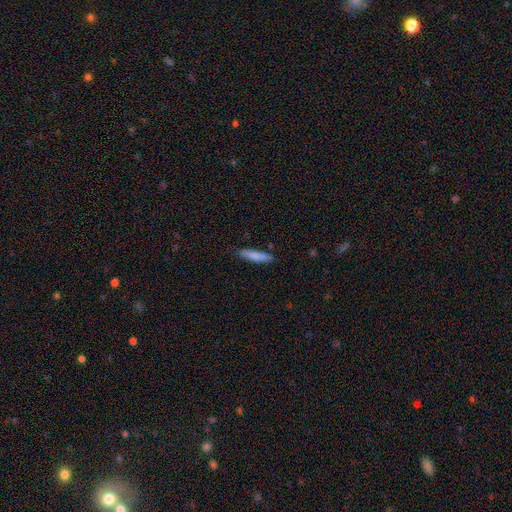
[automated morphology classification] A smooth galaxy with no disk features (82%) that is cigar-shaped (83%). Merging: none (85%).